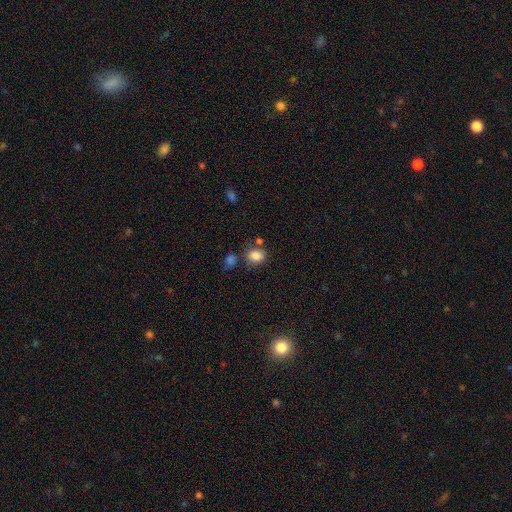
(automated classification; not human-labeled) Smooth or featured: smooth — 84% (star or artifact — 11%)
How rounded: round — 53% (in between — 46%)
Merging: none — 64% (minor disturbance — 15%)